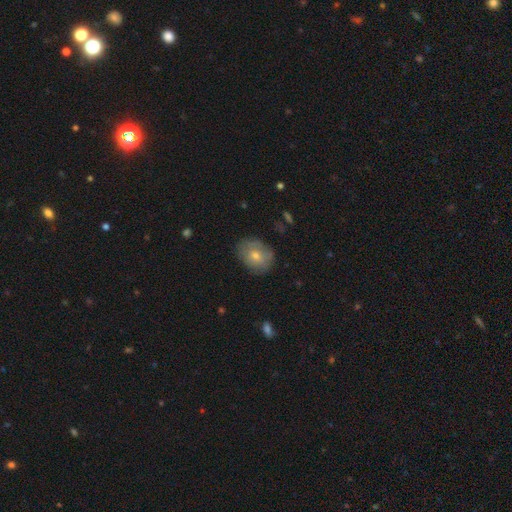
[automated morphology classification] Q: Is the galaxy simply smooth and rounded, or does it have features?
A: smooth — 61%.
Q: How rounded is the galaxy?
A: in between — 49%, tied with round.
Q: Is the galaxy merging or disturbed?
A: none — 76%.